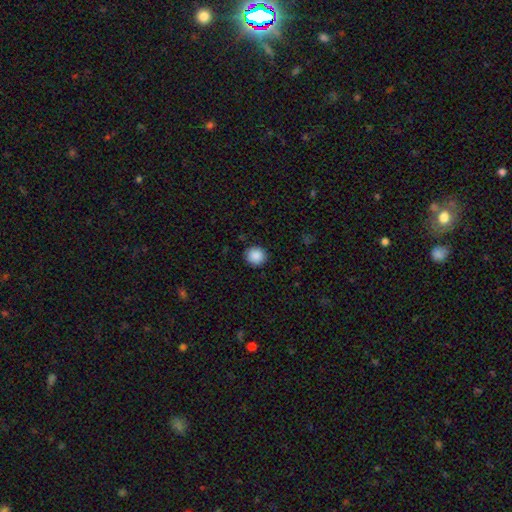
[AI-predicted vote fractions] smooth-or-featured: smooth: 88% | star or artifact: 8% | featured or disk: 3%
  how-rounded: round: 92% | in between: 8% | cigar-shaped: 1%
  merging: none: 90% | minor disturbance: 7% | major disturbance: 2% | merger: 1%